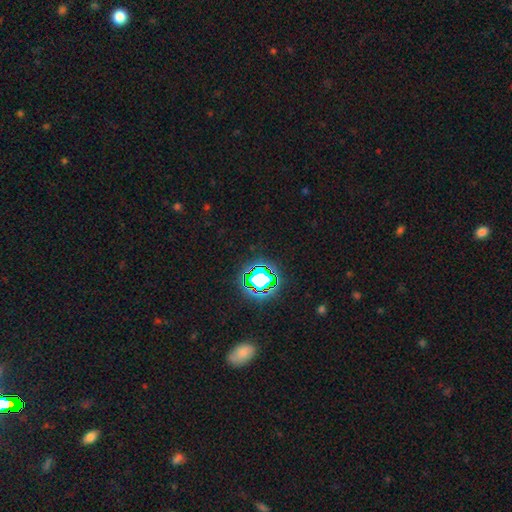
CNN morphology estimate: smooth-or-featured: star or artifact: 77% | smooth: 15% | featured or disk: 8%